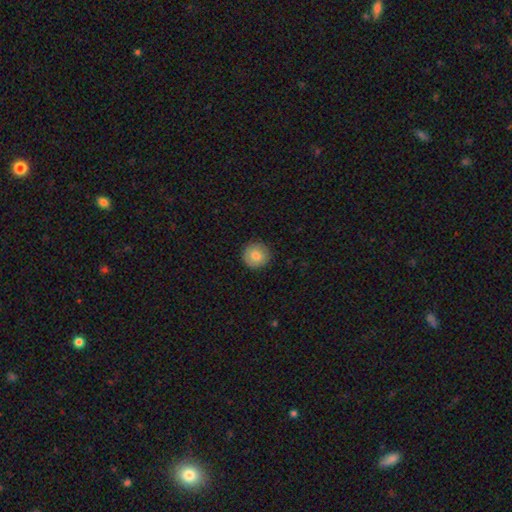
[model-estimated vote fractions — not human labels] smooth-or-featured: smooth: 81% | featured or disk: 10% | star or artifact: 8%
  how-rounded: round: 94% | in between: 5% | cigar-shaped: 1%
  merging: none: 89% | minor disturbance: 8% | major disturbance: 2% | merger: 1%